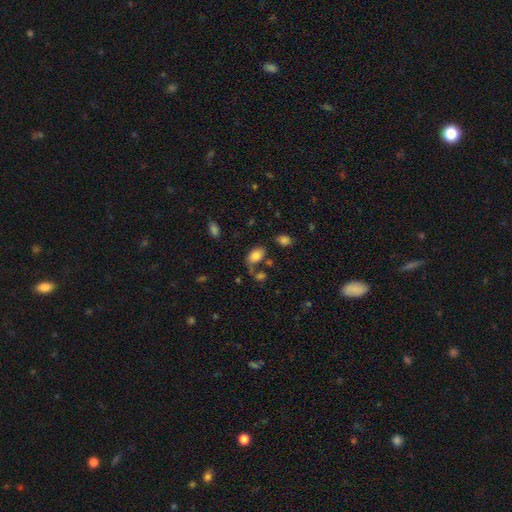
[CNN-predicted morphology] smooth-or-featured: smooth: 81% | star or artifact: 9% | featured or disk: 9%
  how-rounded: in between: 92% | round: 6% | cigar-shaped: 2%
  merging: none: 54% | minor disturbance: 19% | merger: 16% | major disturbance: 11%